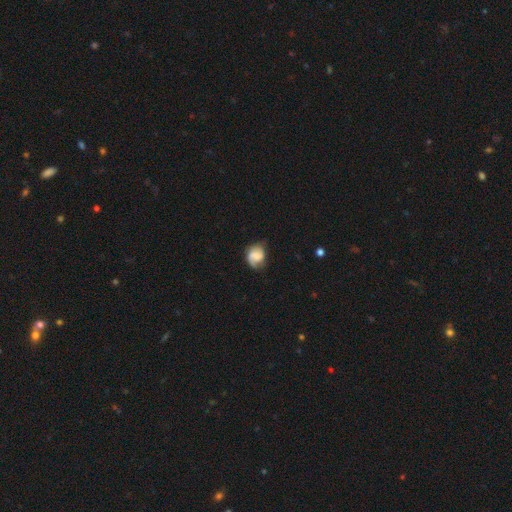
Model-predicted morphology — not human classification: The model was most divided on "smooth or featured": smooth: 50%, featured or disk: 41%, star or artifact: 8%. More confident: how rounded — round (62%); merging — none (55%).